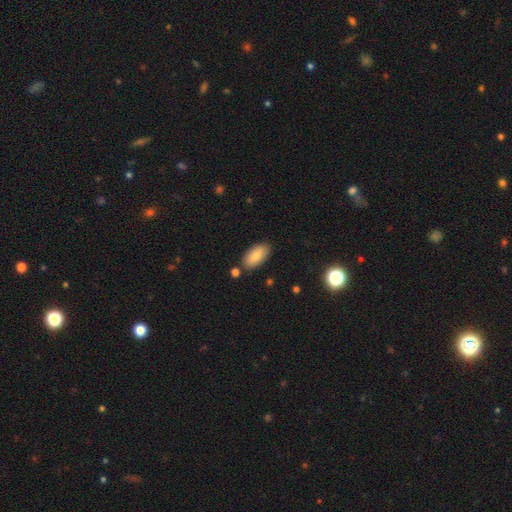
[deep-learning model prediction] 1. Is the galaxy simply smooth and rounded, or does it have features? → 82% smooth, 11% featured or disk, 7% star or artifact.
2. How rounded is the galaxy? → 92% in between, 5% cigar-shaped, 2% round.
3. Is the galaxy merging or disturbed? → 83% none, 11% minor disturbance, 4% merger, 2% major disturbance.